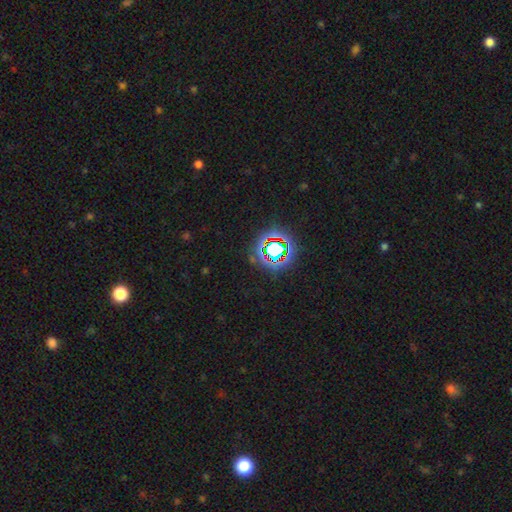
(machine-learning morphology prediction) star or artifact 77%, smooth 14%, featured or disk 9%.